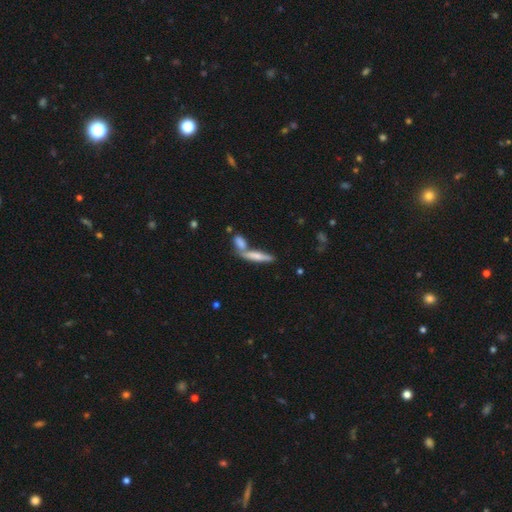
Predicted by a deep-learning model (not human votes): Q: Smooth or featured?
A: smooth (55%); runner-up: featured or disk (38%)
Q: How rounded?
A: cigar-shaped (80%); runner-up: in between (17%)
Q: Merging?
A: none (53%); runner-up: merger (34%)